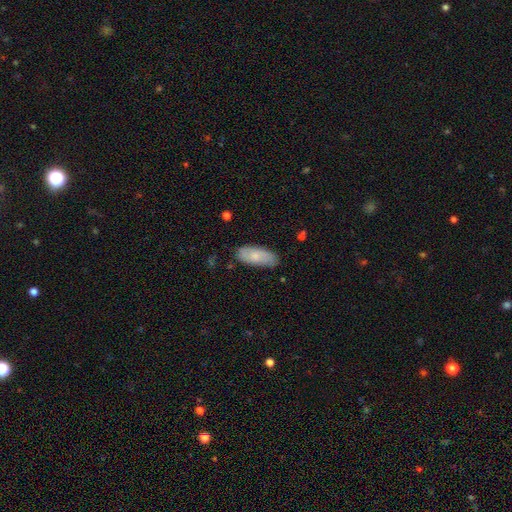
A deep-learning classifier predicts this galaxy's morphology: Smooth or featured?
  - smooth: 70% *
  - featured or disk: 23%
  - star or artifact: 6%
How rounded?
  - in between: 83% *
  - cigar-shaped: 14%
  - round: 2%
Merging?
  - none: 76% *
  - minor disturbance: 19%
  - major disturbance: 3%
  - merger: 2%